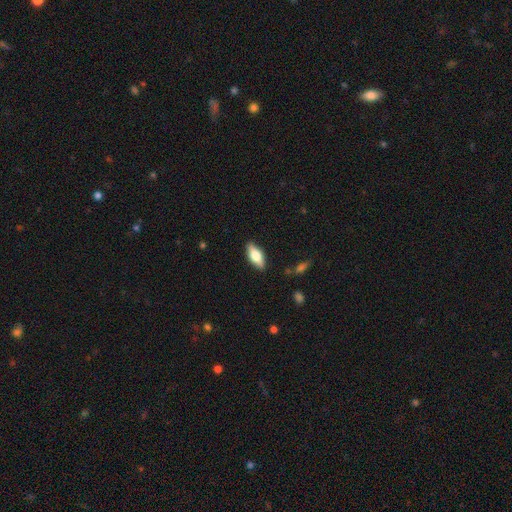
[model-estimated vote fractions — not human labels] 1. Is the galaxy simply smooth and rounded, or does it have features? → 61% smooth, 32% featured or disk, 6% star or artifact.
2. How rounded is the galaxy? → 75% in between, 22% cigar-shaped, 3% round.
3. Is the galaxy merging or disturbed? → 87% none, 10% minor disturbance, 2% major disturbance, 1% merger.